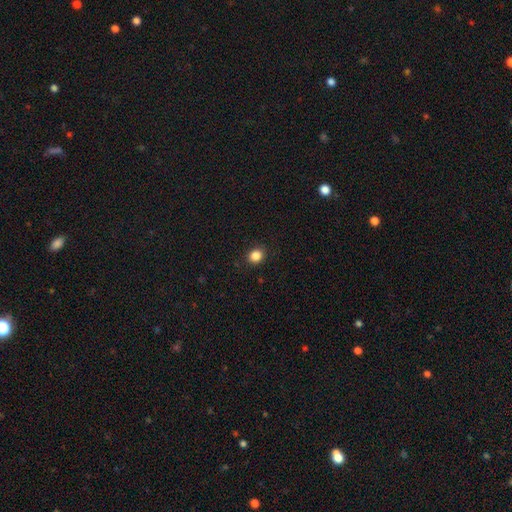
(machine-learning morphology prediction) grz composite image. It shows a smooth galaxy with no disk features (86%) that is round (73%). Merging: none (90%).